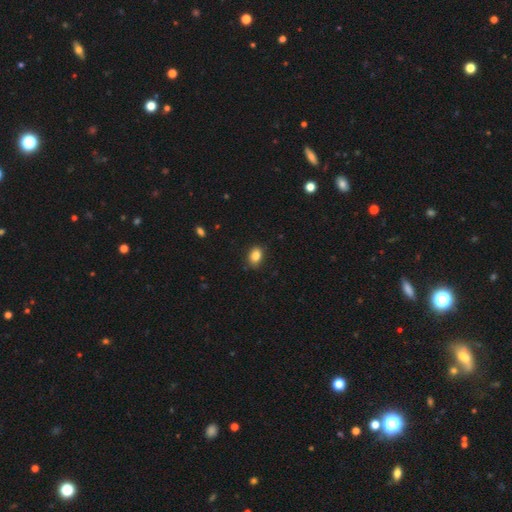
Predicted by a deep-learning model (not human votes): smooth-or-featured: smooth: 85% | star or artifact: 9% | featured or disk: 6%
  how-rounded: in between: 76% | round: 23% | cigar-shaped: 1%
  merging: none: 86% | minor disturbance: 11% | major disturbance: 2% | merger: 1%